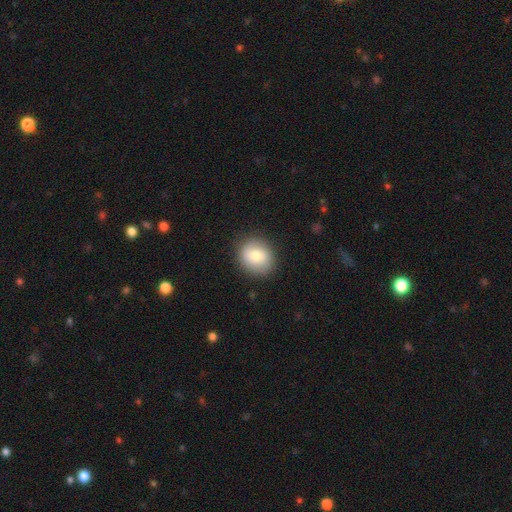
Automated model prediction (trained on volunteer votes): This appears to be a smooth galaxy with no disk features (76%) that is round (80%). Merging: none (87%).